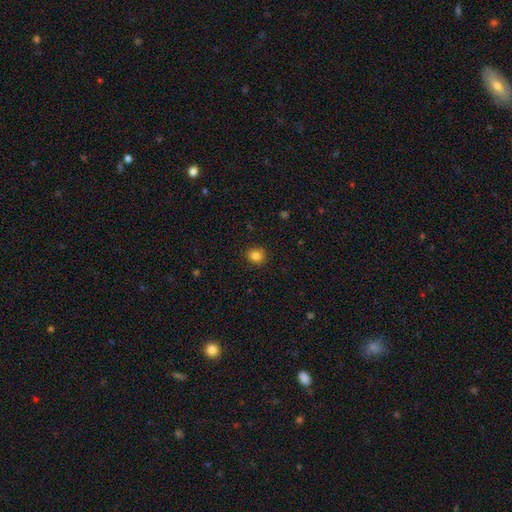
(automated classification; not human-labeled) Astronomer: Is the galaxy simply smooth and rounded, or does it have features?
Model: smooth — 84%.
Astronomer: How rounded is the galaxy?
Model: round — 84%.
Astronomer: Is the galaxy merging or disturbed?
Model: none — 90%.